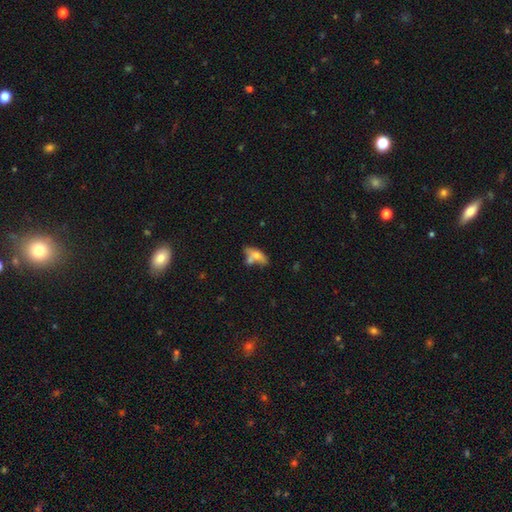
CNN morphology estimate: This appears to be a smooth galaxy with no disk features (61%) that is in between round and cigar-shaped (70%). Merging: none (39%).